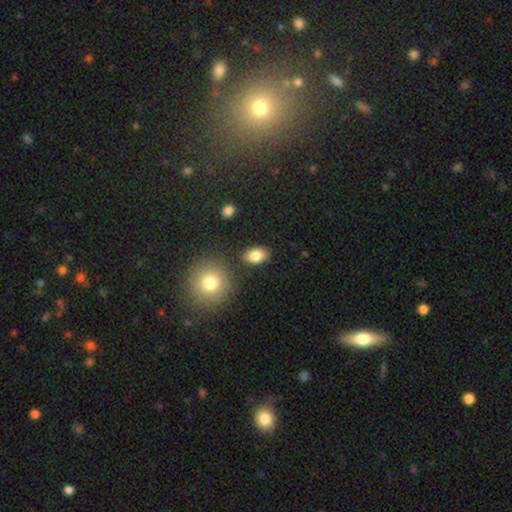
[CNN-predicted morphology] Smooth or featured: smooth — 84% (star or artifact — 8%)
How rounded: in between — 85% (round — 13%)
Merging: none — 83% (minor disturbance — 10%)